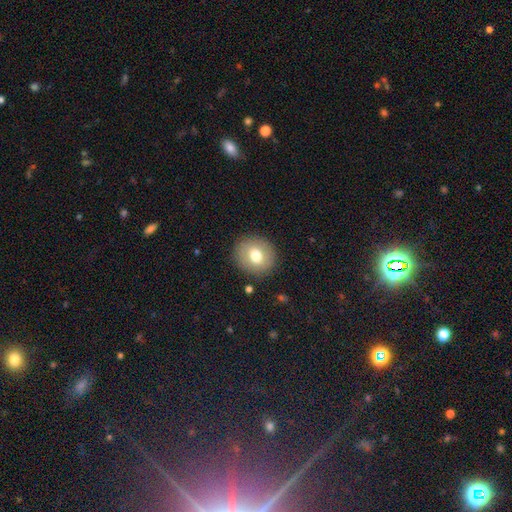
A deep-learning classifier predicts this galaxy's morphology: Smooth or featured: smooth — 73% (featured or disk — 18%)
How rounded: round — 82% (in between — 17%)
Merging: none — 89% (minor disturbance — 7%)